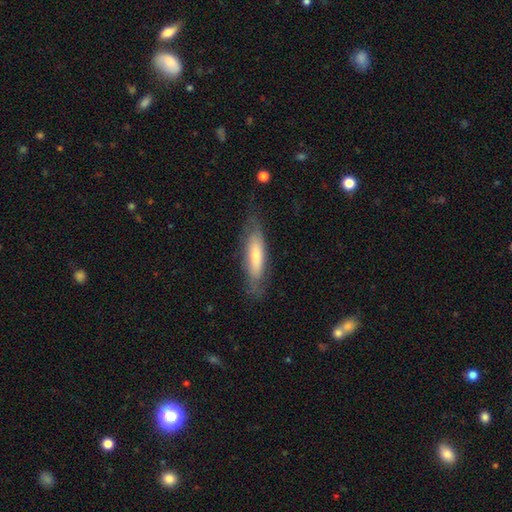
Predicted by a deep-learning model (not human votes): Smooth or featured: smooth — 51% (featured or disk — 43%)
How rounded: cigar-shaped — 64% (in between — 34%)
Merging: none — 71% (minor disturbance — 20%)